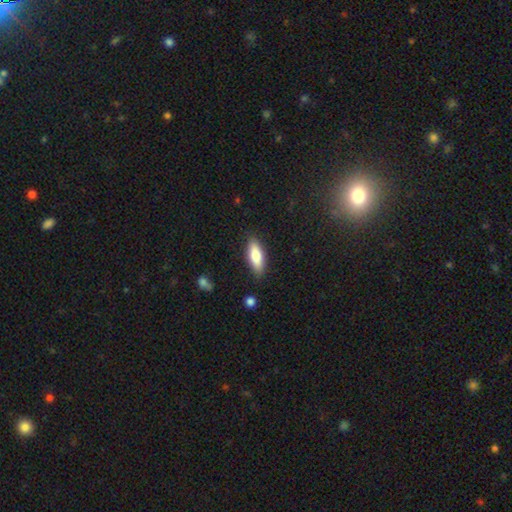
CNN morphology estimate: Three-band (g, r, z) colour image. It shows a smooth galaxy with no disk features (79%) that is in between round and cigar-shaped (64%). Merging: none (86%).